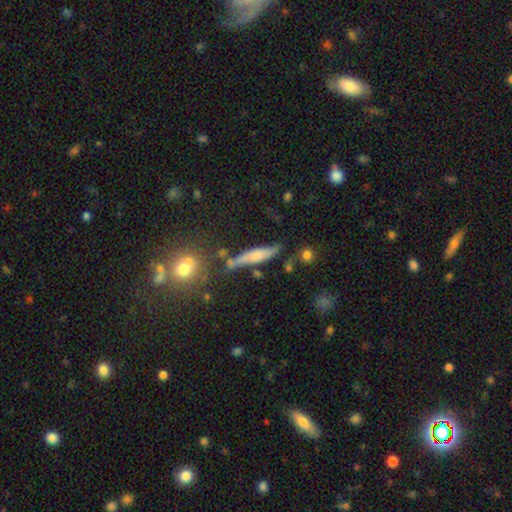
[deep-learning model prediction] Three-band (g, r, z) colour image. It shows a smooth galaxy with no disk features (54%) that is cigar-shaped (82%). Merging: none (61%).